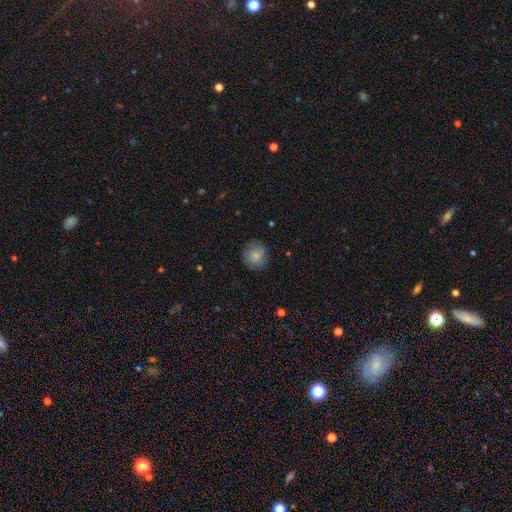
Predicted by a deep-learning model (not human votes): Smooth or featured: smooth — 81% (featured or disk — 11%)
How rounded: round — 91% (in between — 8%)
Merging: none — 82% (minor disturbance — 14%)